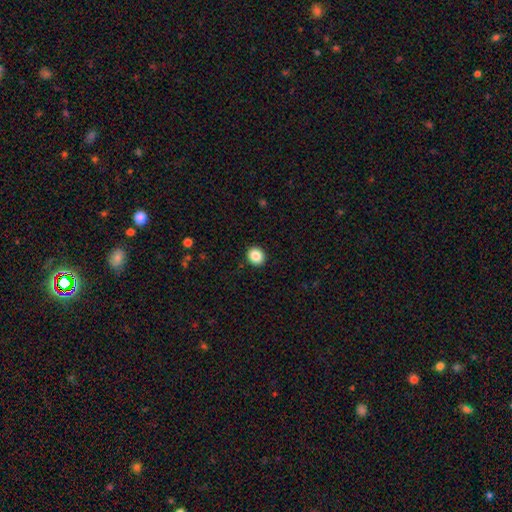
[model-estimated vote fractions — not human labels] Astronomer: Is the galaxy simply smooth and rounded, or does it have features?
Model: smooth — 87%.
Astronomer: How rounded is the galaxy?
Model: round — 80%.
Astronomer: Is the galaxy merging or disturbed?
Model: none — 92%.